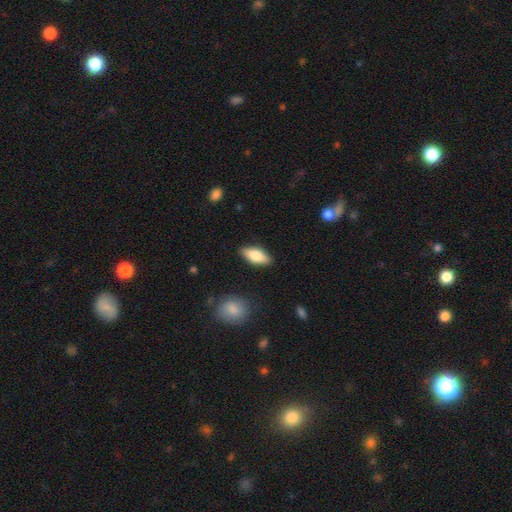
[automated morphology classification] smooth 70%, featured or disk 24%, star or artifact 6%. Down the decision tree: how rounded — in between (77%); merging — none (87%).